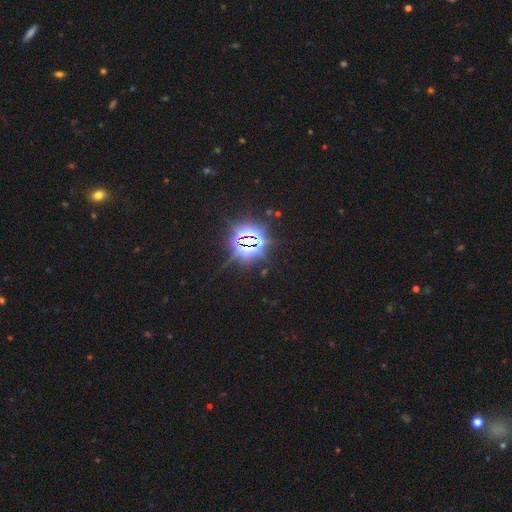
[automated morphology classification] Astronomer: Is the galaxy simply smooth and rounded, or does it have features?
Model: star or artifact — 85%.